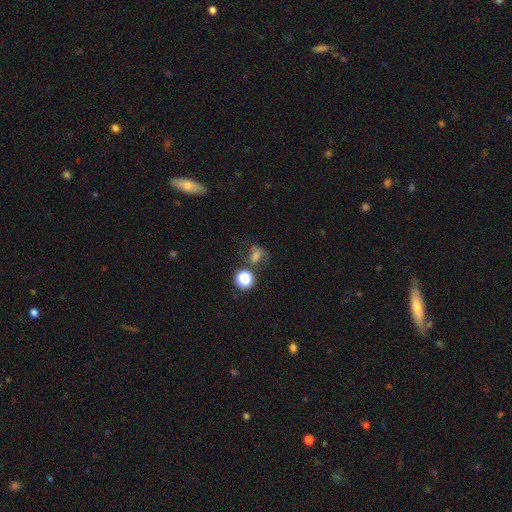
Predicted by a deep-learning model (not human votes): Smooth or featured? smooth (53%)
How rounded? in between (49%, tied with round)
Merging? none (49%)